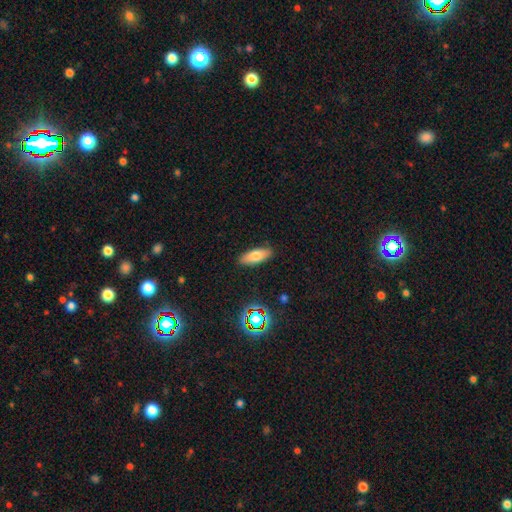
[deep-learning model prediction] smooth_or_featured: smooth (p=0.73) [alt: featured or disk p=0.18]
how_rounded: in between (p=0.69) [alt: cigar-shaped p=0.29]
merging: none (p=0.88) [alt: minor disturbance p=0.09]